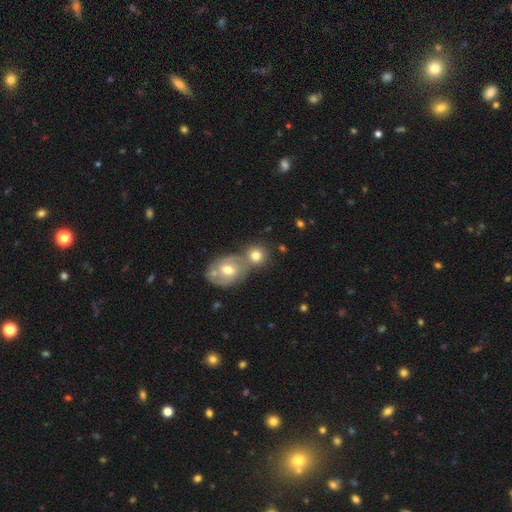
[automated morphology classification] type=smooth (72%); roundness=round (78%); merging=merger (46%).